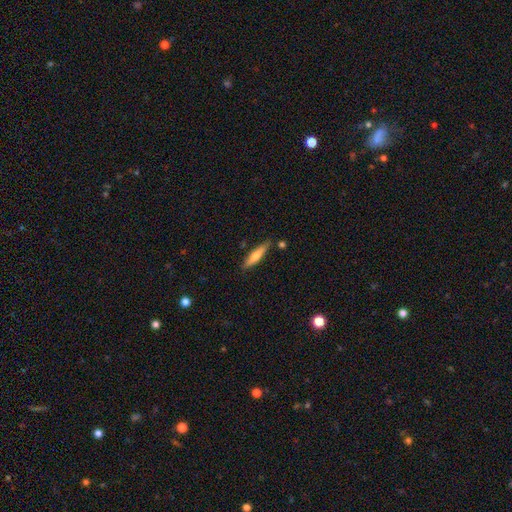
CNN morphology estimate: The model was most divided on "smooth or featured": smooth: 53%, featured or disk: 41%, star or artifact: 6%. More confident: how rounded — cigar-shaped (83%); merging — none (82%).